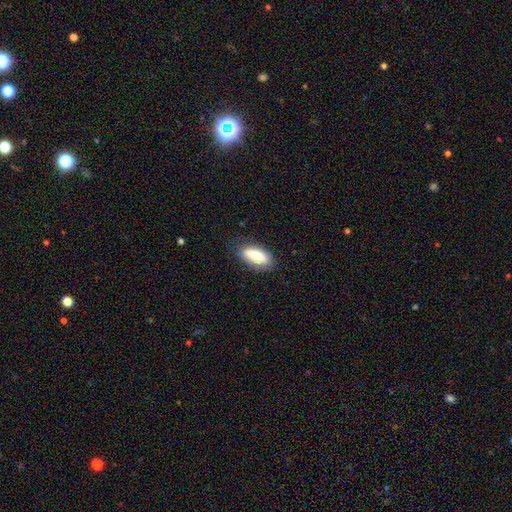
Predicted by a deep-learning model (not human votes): Q: Smooth or featured?
A: smooth (78%); runner-up: featured or disk (15%)
Q: How rounded?
A: in between (83%); runner-up: cigar-shaped (15%)
Q: Merging?
A: none (81%); runner-up: minor disturbance (14%)